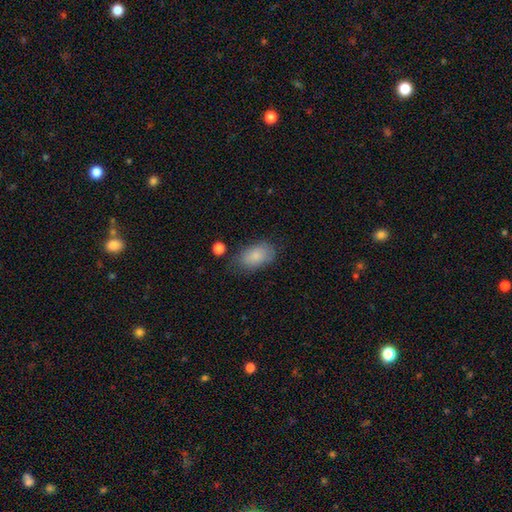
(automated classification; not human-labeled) A smooth galaxy with no disk features (85%) that is in between round and cigar-shaped (91%).

Vote fractions:
- Smooth or featured? smooth: 85% / featured or disk: 8% / star or artifact: 7%
- How rounded? in between: 91% / round: 7% / cigar-shaped: 2%
- Merging? none: 71% / minor disturbance: 20% / major disturbance: 6% / merger: 3%